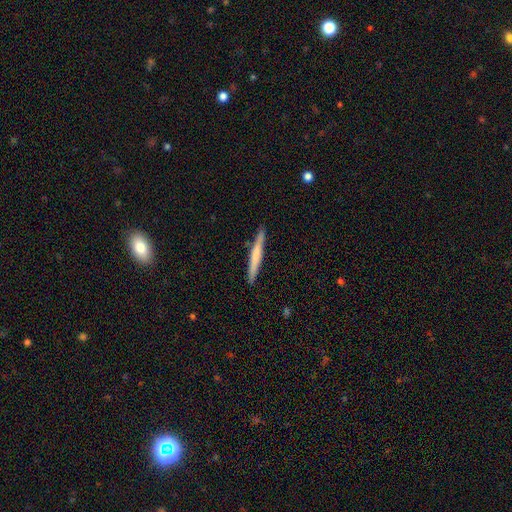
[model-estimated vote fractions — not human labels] smooth-or-featured: smooth: 57% | featured or disk: 38% | star or artifact: 5%
  how-rounded: cigar-shaped: 96% | in between: 2% | round: 1%
  merging: none: 88% | minor disturbance: 9% | major disturbance: 2% | merger: 1%